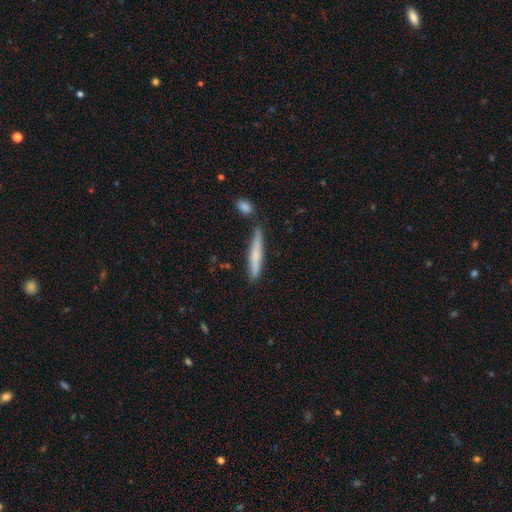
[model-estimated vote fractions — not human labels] Q: Smooth or featured?
A: smooth (64%); runner-up: featured or disk (30%)
Q: How rounded?
A: cigar-shaped (94%); runner-up: in between (5%)
Q: Merging?
A: none (79%); runner-up: minor disturbance (13%)